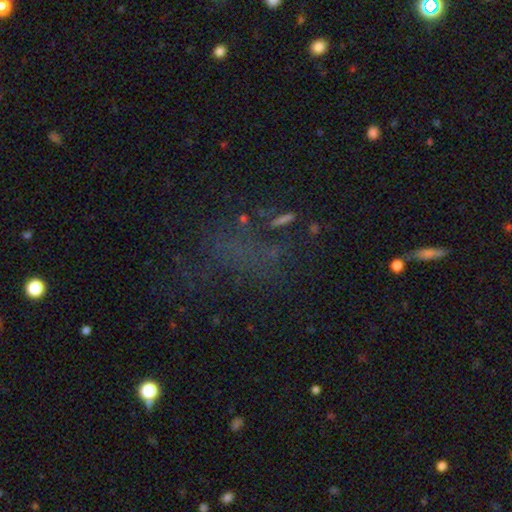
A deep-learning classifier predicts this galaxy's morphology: Smooth or featured: star or artifact — 45% (smooth — 32%)